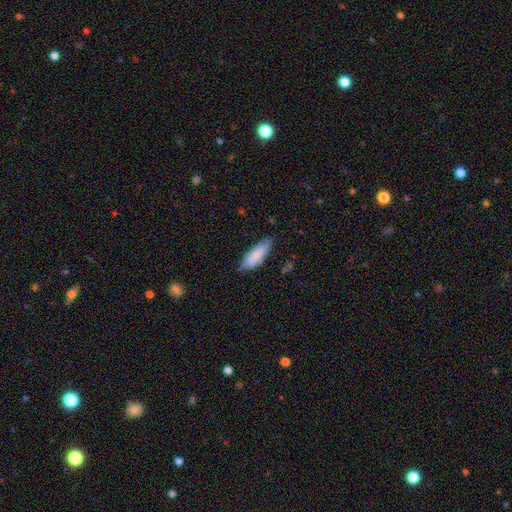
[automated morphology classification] The model was most divided on "how rounded": in between: 61%, cigar-shaped: 37%, round: 1%. More confident: smooth or featured — smooth (82%); merging — none (71%).